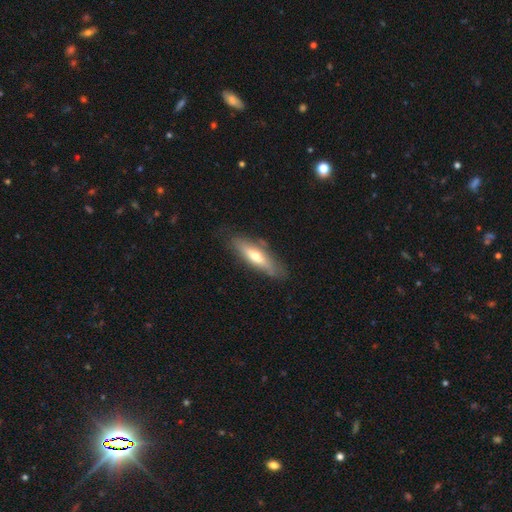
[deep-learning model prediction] Smooth or featured?
  - smooth: 51% *
  - featured or disk: 43%
  - star or artifact: 6%
How rounded?
  - cigar-shaped: 58% *
  - in between: 39%
  - round: 2%
Merging?
  - none: 75% *
  - minor disturbance: 17%
  - major disturbance: 5%
  - merger: 3%